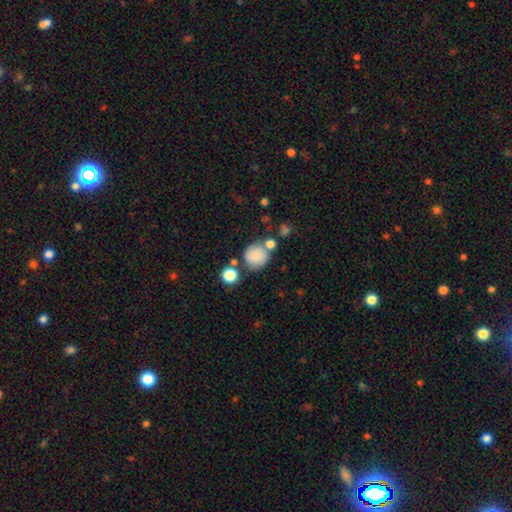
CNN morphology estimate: smooth 82%, star or artifact 9%, featured or disk 9%. Down the decision tree: how rounded — round (86%); merging — none (63%).